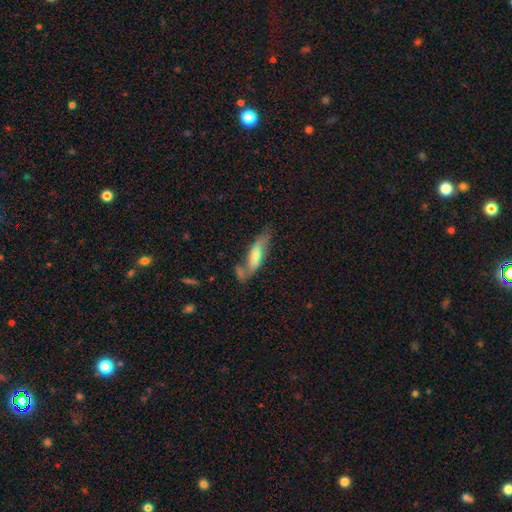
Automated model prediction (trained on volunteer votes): A smooth galaxy with no disk features (54%) that is in between round and cigar-shaped (53%).

Vote fractions:
- Smooth or featured? smooth: 54% / featured or disk: 39% / star or artifact: 7%
- How rounded? in between: 53% / cigar-shaped: 44% / round: 2%
- Merging? none: 40% / minor disturbance: 26% / major disturbance: 18% / merger: 16%